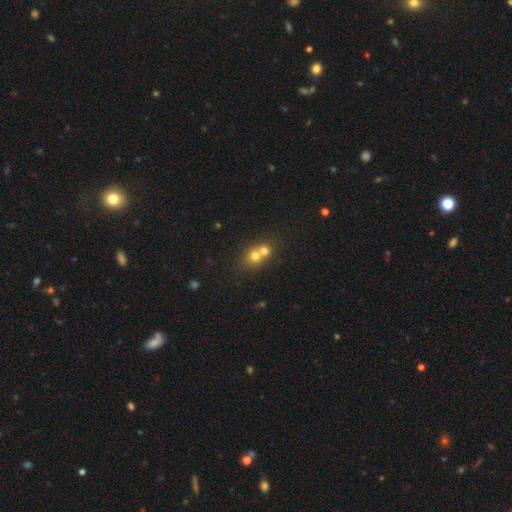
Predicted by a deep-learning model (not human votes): A smooth galaxy with no disk features (70%) that is round (75%). Merging: merger (64%).